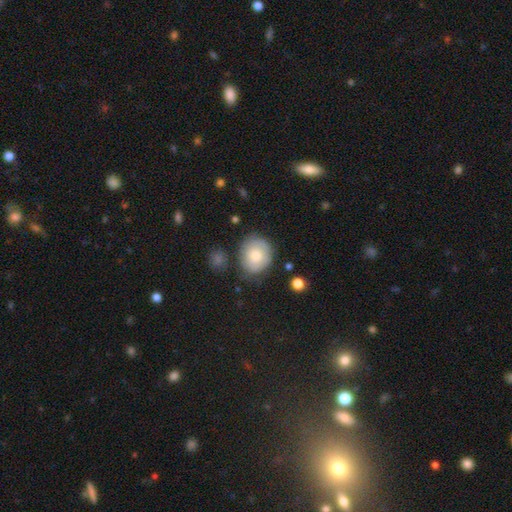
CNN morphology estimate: Smooth or featured?
  - smooth: 73% *
  - featured or disk: 20%
  - star or artifact: 7%
How rounded?
  - round: 66% *
  - in between: 33%
  - cigar-shaped: 1%
Merging?
  - none: 67% *
  - minor disturbance: 22%
  - major disturbance: 6%
  - merger: 5%